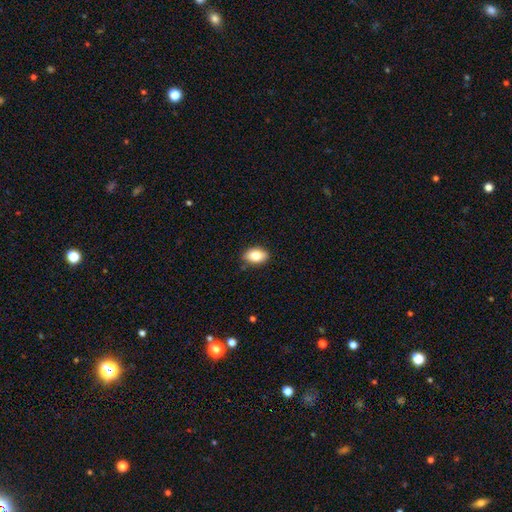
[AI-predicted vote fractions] smooth_or_featured: smooth (p=0.81) [alt: featured or disk p=0.12]
how_rounded: in between (p=0.88) [alt: round p=0.10]
merging: none (p=0.86) [alt: minor disturbance p=0.10]